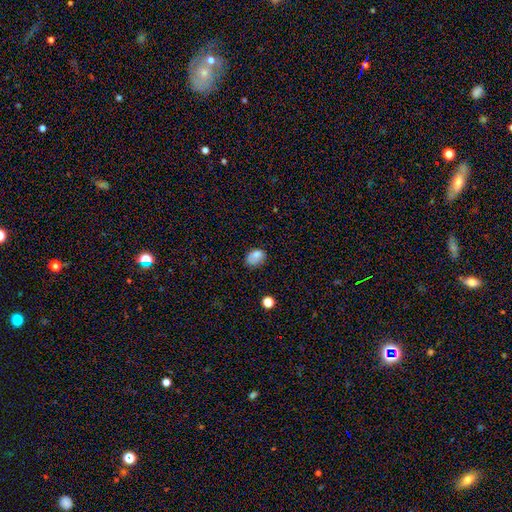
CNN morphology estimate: Smooth or featured?
  - smooth: 80% *
  - star or artifact: 10%
  - featured or disk: 10%
How rounded?
  - in between: 73% *
  - round: 26%
  - cigar-shaped: 1%
Merging?
  - none: 65% *
  - minor disturbance: 26%
  - major disturbance: 7%
  - merger: 2%